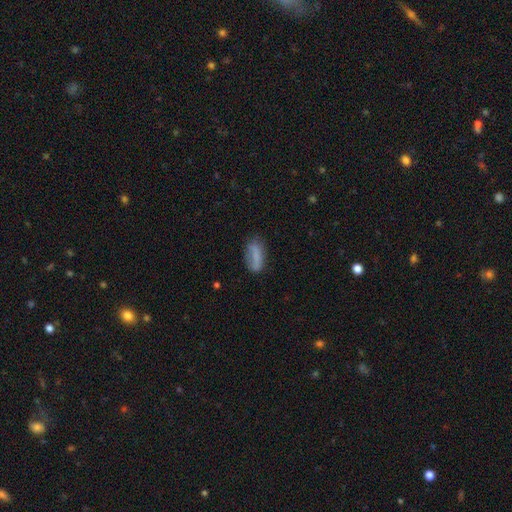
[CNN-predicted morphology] Q: Smooth or featured?
A: smooth (73%); runner-up: featured or disk (18%)
Q: How rounded?
A: in between (78%); runner-up: cigar-shaped (19%)
Q: Merging?
A: none (58%); runner-up: minor disturbance (26%)